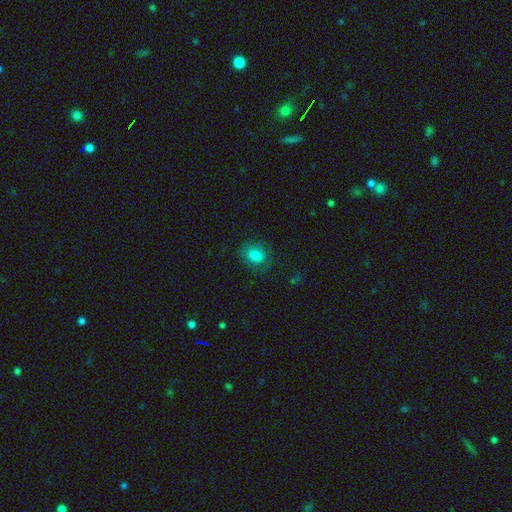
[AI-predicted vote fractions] Smooth or featured? Predicted: smooth (p=0.82). How rounded? Predicted: in between (p=0.51). Merging? Predicted: none (p=0.78).